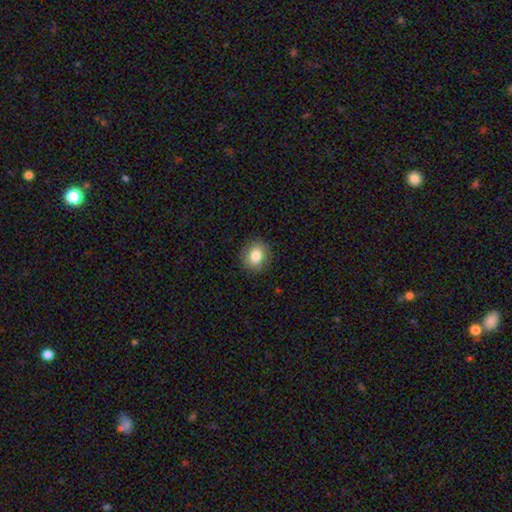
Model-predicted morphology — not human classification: Overall: smooth (83%). How rounded: round (73%). Merging: none (88%).